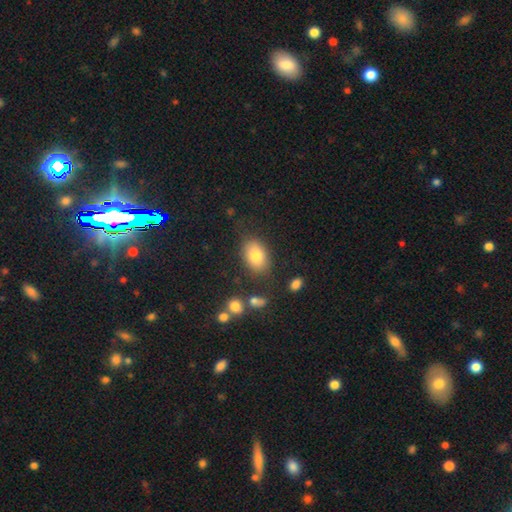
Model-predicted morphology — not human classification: smooth_or_featured: smooth (p=0.80) [alt: featured or disk p=0.11]
how_rounded: in between (p=0.82) [alt: round p=0.16]
merging: none (p=0.78) [alt: minor disturbance p=0.14]